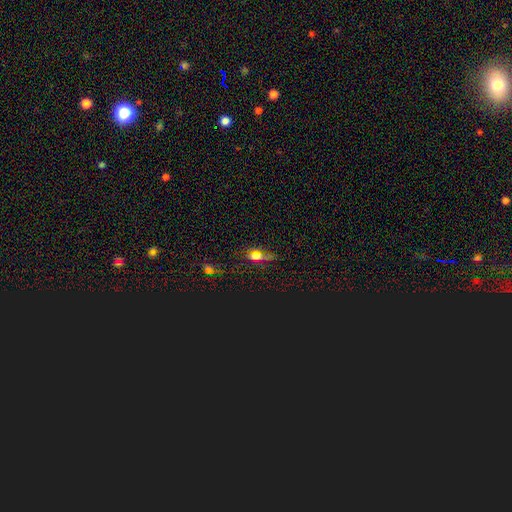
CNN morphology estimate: Overall: star or artifact (41%; smooth 40%).